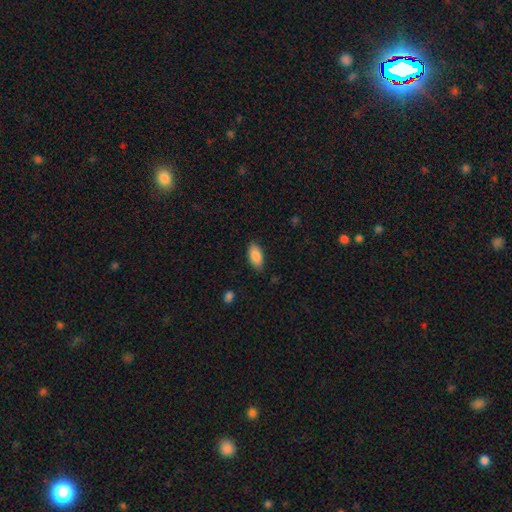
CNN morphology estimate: type=smooth (87%); roundness=in between (91%); merging=none (85%).